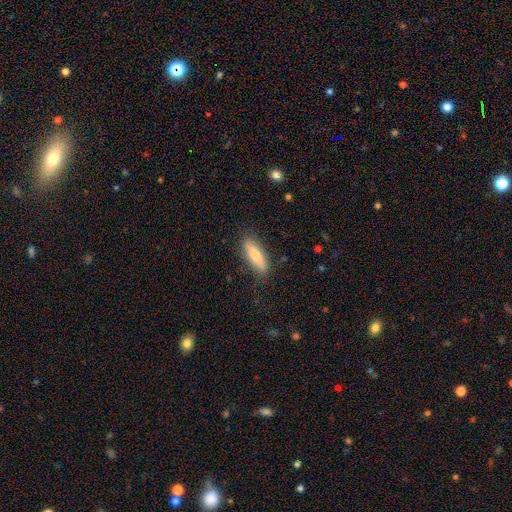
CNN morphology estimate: smooth-or-featured: smooth: 74% | featured or disk: 20% | star or artifact: 6%
  how-rounded: cigar-shaped: 49% (tied) | in between: 49% (tied) | round: 2%
  merging: none: 83% | minor disturbance: 13% | major disturbance: 3% | merger: 1%